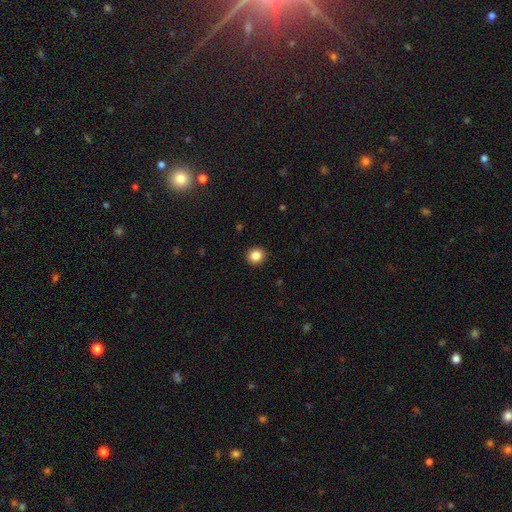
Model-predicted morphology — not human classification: Smooth or featured?
  - smooth: 85% *
  - star or artifact: 11%
  - featured or disk: 5%
How rounded?
  - round: 90% *
  - in between: 9%
  - cigar-shaped: 1%
Merging?
  - none: 92% *
  - minor disturbance: 5%
  - major disturbance: 2%
  - merger: 1%